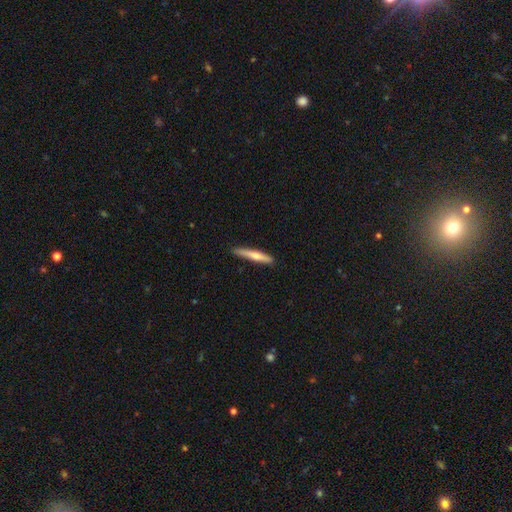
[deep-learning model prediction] This is possibly a smooth galaxy (57%). How rounded: clearly cigar-shaped (94%). Merging: clearly none (87%).